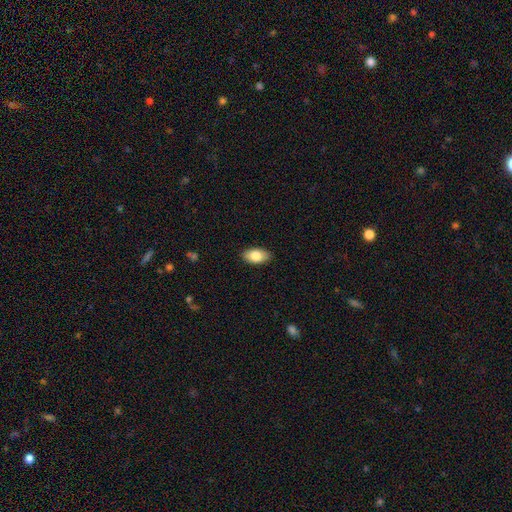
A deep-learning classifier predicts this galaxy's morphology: This is clearly a smooth galaxy (83%). How rounded: clearly in between (94%). Merging: clearly none (88%).